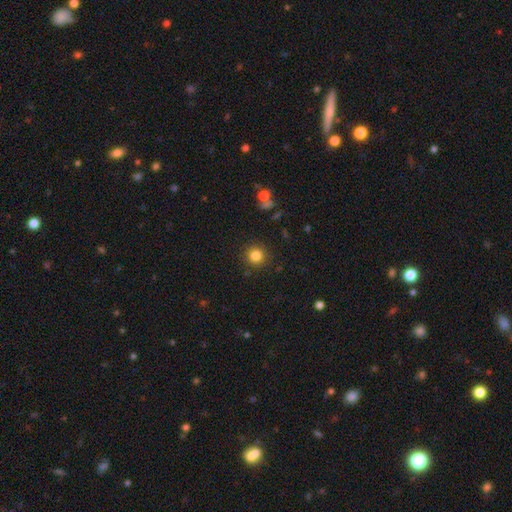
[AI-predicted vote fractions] Overall: smooth (83%). How rounded: round (94%). Merging: none (89%).